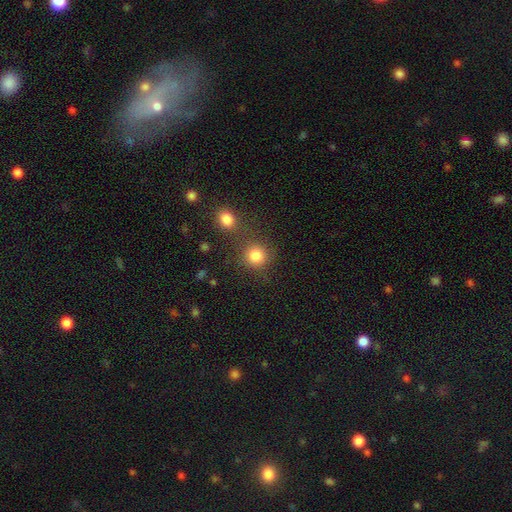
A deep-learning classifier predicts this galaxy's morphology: Overall: smooth (83%). How rounded: round (90%). Merging: none (69%).